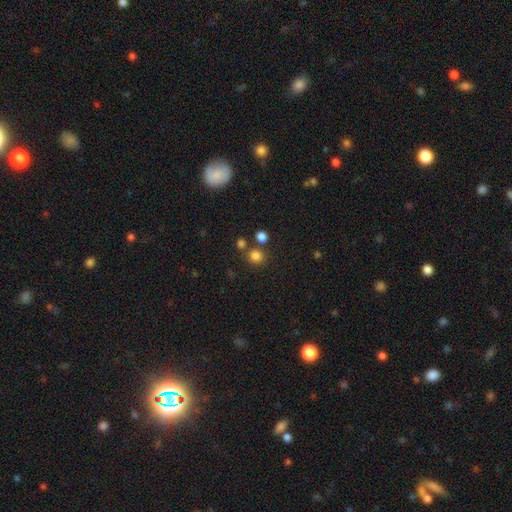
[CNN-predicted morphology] smooth-or-featured: smooth: 80% | star or artifact: 15% | featured or disk: 5%
  how-rounded: round: 84% | in between: 15% | cigar-shaped: 1%
  merging: none: 74% | merger: 14% | minor disturbance: 8% | major disturbance: 3%